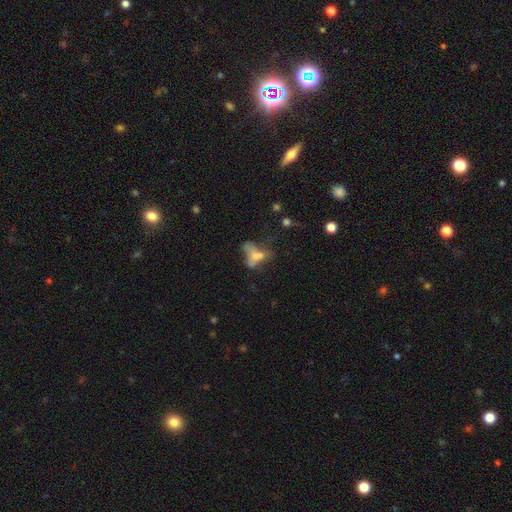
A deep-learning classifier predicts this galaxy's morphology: This is possibly a smooth galaxy (49%). Merging: marginally merger (36%).